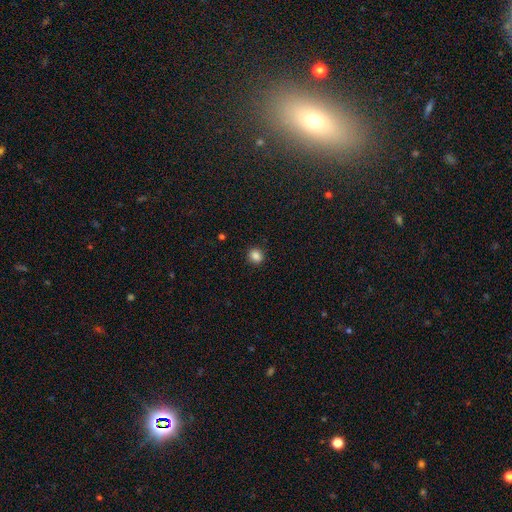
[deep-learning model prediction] Smooth or featured?
  - smooth: 86% *
  - star or artifact: 11%
  - featured or disk: 3%
How rounded?
  - round: 80% *
  - in between: 19%
  - cigar-shaped: 1%
Merging?
  - none: 91% *
  - minor disturbance: 6%
  - major disturbance: 2%
  - merger: 1%